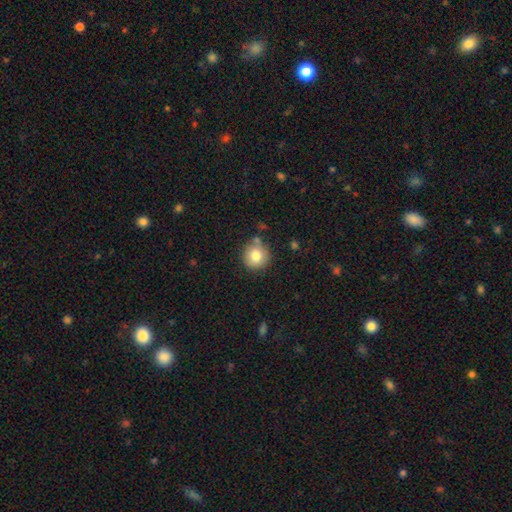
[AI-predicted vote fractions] Smooth or featured? Predicted: smooth (p=0.80). How rounded? Predicted: round (p=0.93). Merging? Predicted: none (p=0.78).